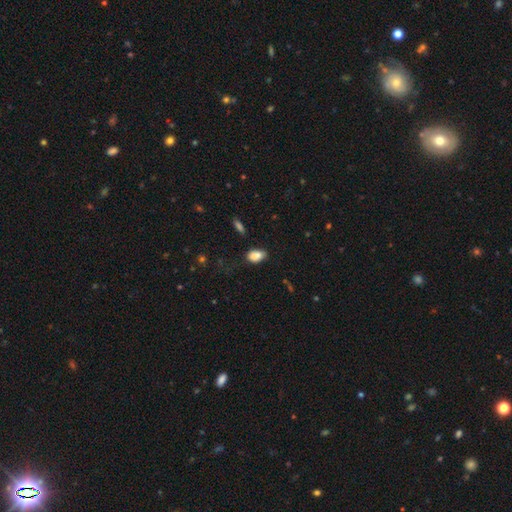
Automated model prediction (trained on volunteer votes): A smooth galaxy with no disk features (85%) that is in between round and cigar-shaped (86%).

Vote fractions:
- Smooth or featured? smooth: 85% / star or artifact: 9% / featured or disk: 6%
- How rounded? in between: 86% / round: 12% / cigar-shaped: 2%
- Merging? none: 67% / minor disturbance: 22% / major disturbance: 6% / merger: 5%